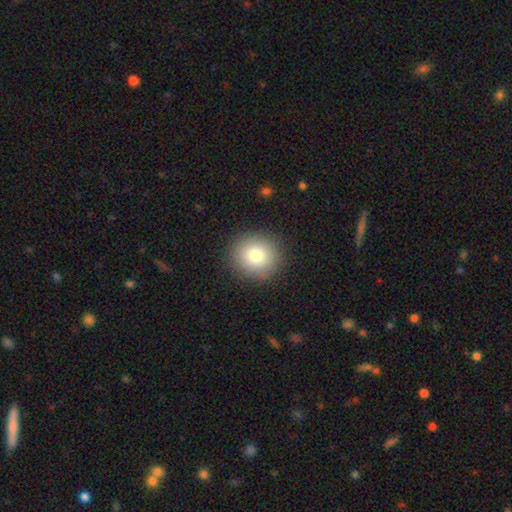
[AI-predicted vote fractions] A smooth galaxy with no disk features (81%) that is round (89%). Merging: none (90%).